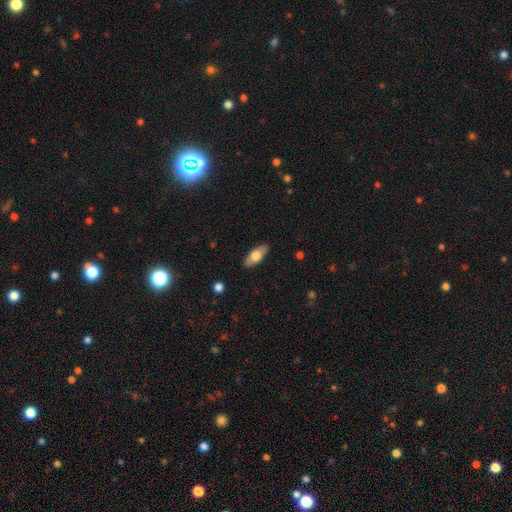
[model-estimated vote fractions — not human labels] Morphology: type=smooth (64%); roundness=in between (78%); merging=none (88%).